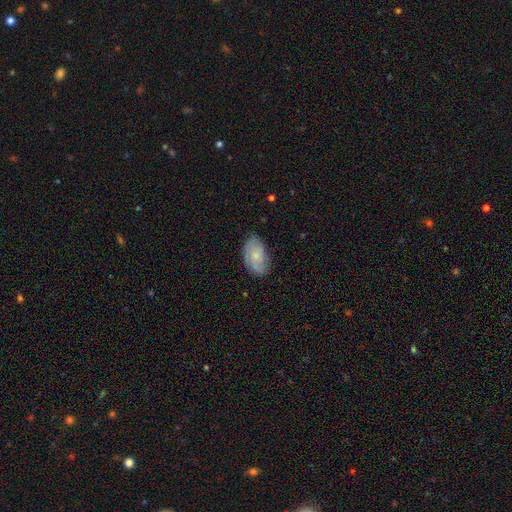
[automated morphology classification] Smooth or featured? smooth (57%)
How rounded? in between (92%)
Merging? none (73%)